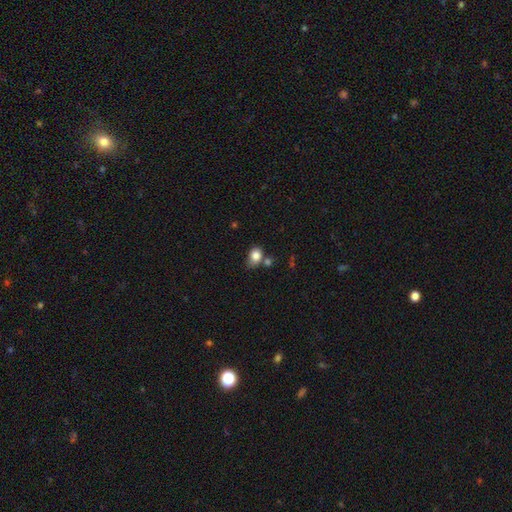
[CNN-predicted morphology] Smooth or featured?
  - smooth: 83% *
  - star or artifact: 10%
  - featured or disk: 7%
How rounded?
  - in between: 60% *
  - round: 39%
  - cigar-shaped: 1%
Merging?
  - none: 52% *
  - minor disturbance: 23%
  - merger: 18%
  - major disturbance: 7%